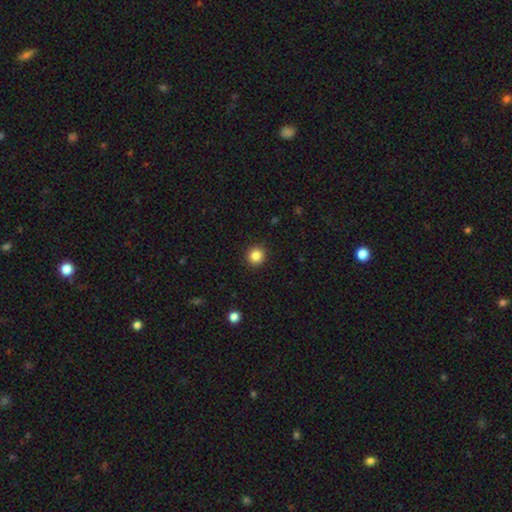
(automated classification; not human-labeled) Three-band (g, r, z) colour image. It shows a smooth galaxy with no disk features (85%) that is round (93%). Merging: none (92%).